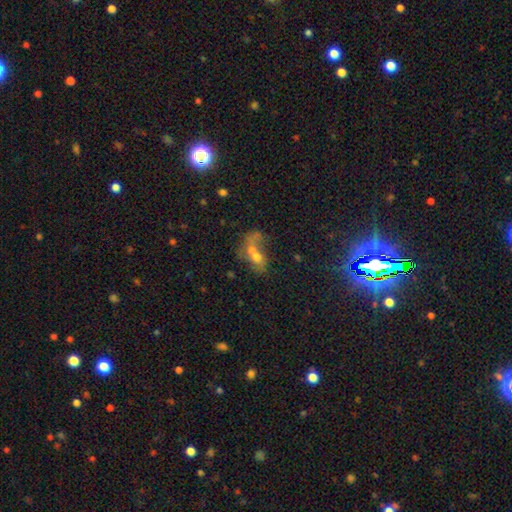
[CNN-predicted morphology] type=smooth (46%); merging=merger (61%).